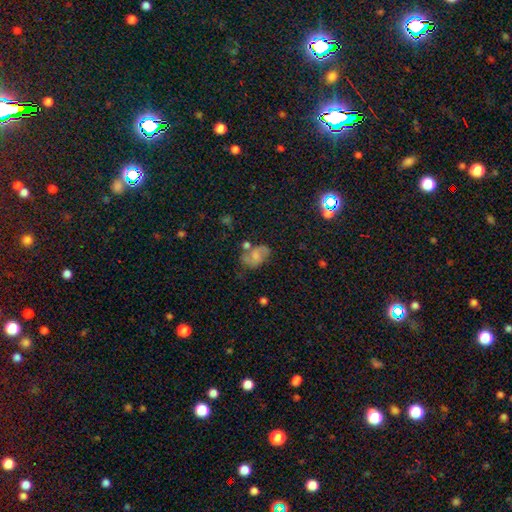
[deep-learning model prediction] This appears to be a featured or disk galaxy (45%). Merging: none (52%).